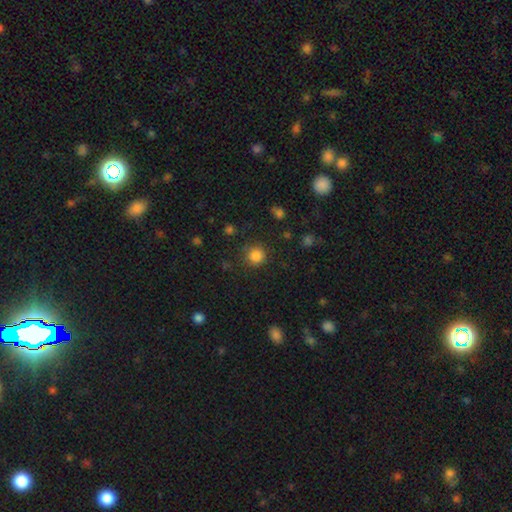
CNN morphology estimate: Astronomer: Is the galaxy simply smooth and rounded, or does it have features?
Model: smooth — 84%.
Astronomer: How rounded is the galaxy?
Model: round — 93%.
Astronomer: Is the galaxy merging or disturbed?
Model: none — 86%.